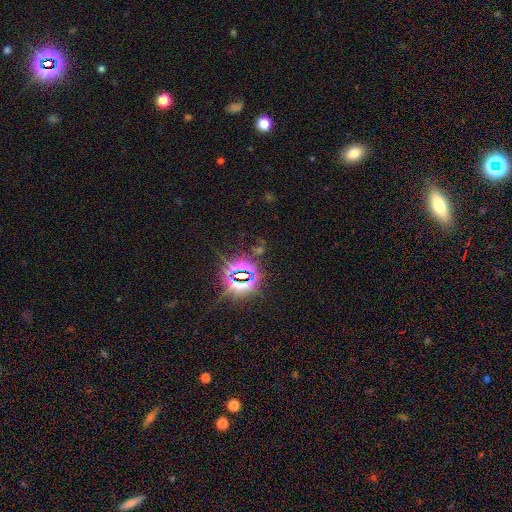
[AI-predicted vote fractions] Smooth or featured? Predicted: star or artifact (p=0.82).